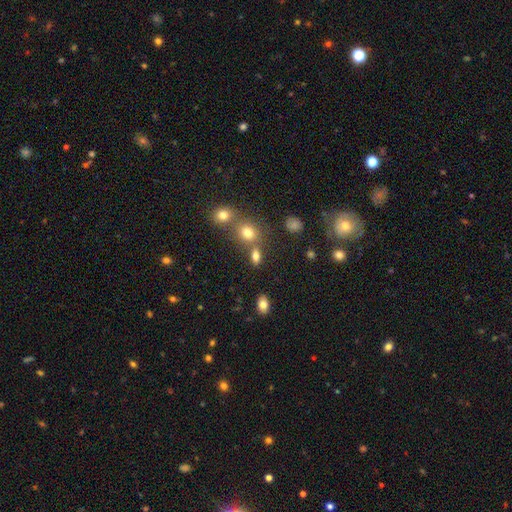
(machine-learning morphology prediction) type=smooth (75%); roundness=in between (73%); merging=none (61%).